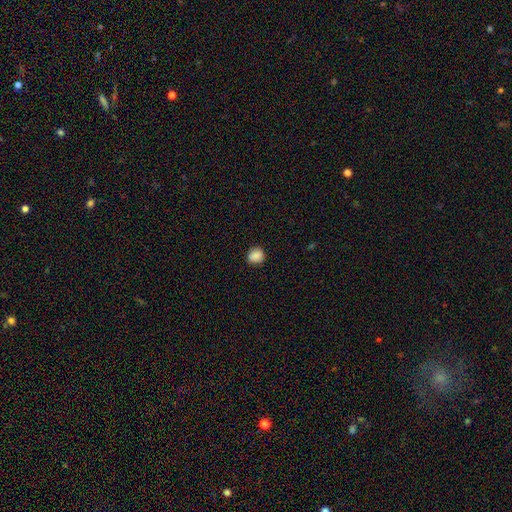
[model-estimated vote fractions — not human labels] A smooth galaxy with no disk features (87%) that is round (78%). Merging: none (87%).